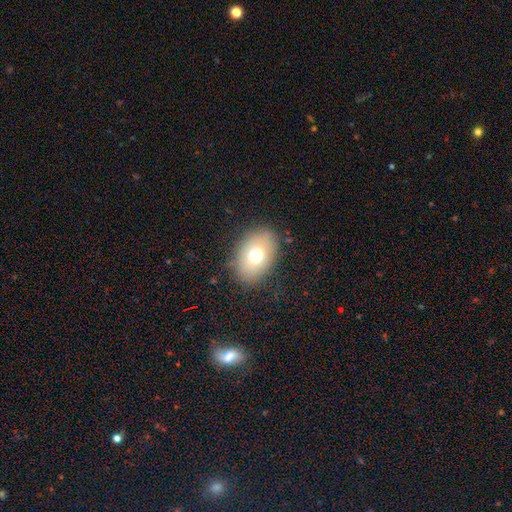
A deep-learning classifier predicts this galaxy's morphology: This appears to be a smooth galaxy with no disk features (71%) that is in between round and cigar-shaped (79%). Merging: none (84%).